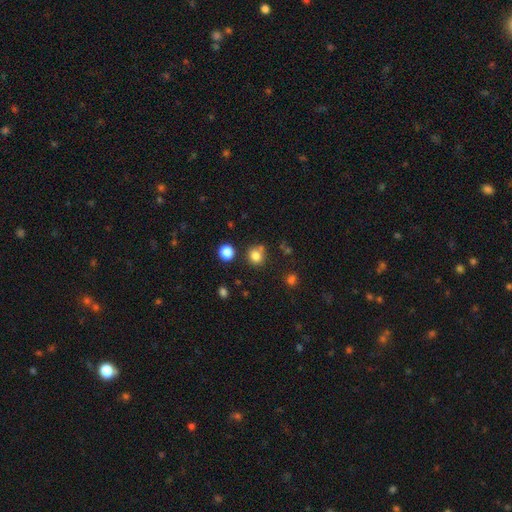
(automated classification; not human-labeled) The model was most divided on "merging": none: 73%, merger: 13%, minor disturbance: 11%, major disturbance: 4%. More confident: how rounded — round (84%); smooth or featured — smooth (80%).